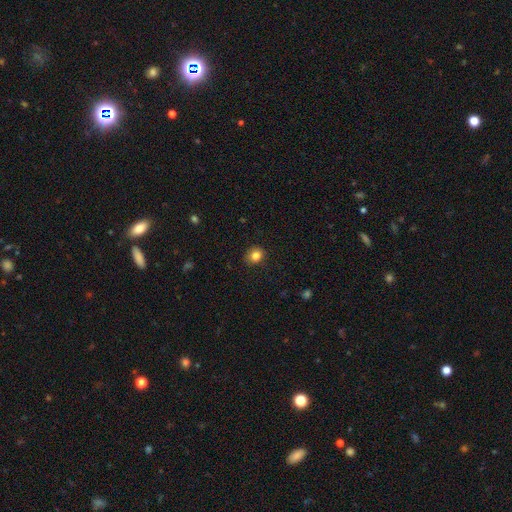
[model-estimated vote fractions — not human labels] Overall: smooth (84%). How rounded: round (73%). Merging: none (87%).